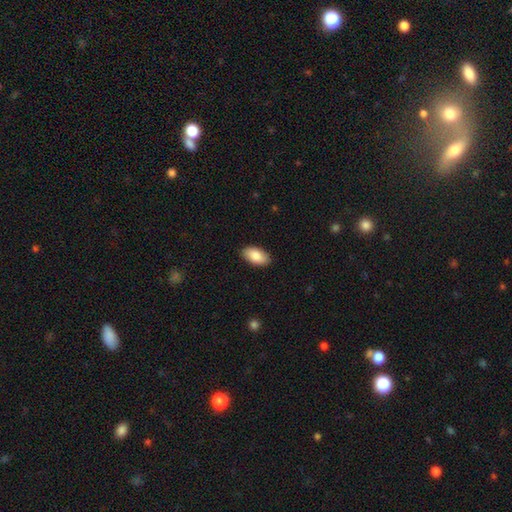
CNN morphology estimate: Overall: smooth (88%). How rounded: in between (95%). Merging: none (89%).